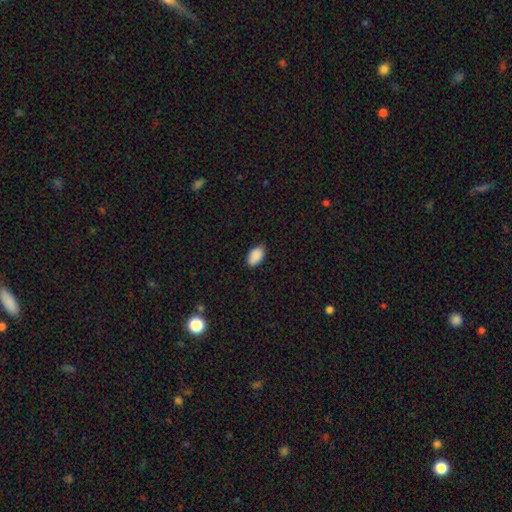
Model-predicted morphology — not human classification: The model was most divided on "merging": none: 83%, minor disturbance: 13%, major disturbance: 2%, merger: 1%. More confident: how rounded — in between (94%); smooth or featured — smooth (90%).